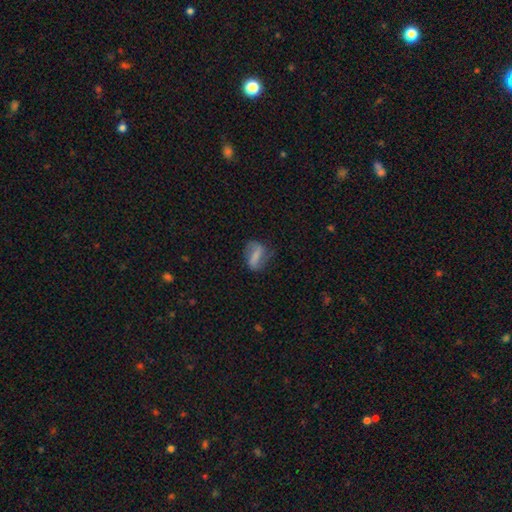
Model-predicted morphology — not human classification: smooth_or_featured: smooth (p=0.51) [alt: featured or disk p=0.39]
how_rounded: in between (p=0.69) [alt: cigar-shaped p=0.16]
merging: none (p=0.57) [alt: minor disturbance p=0.26]